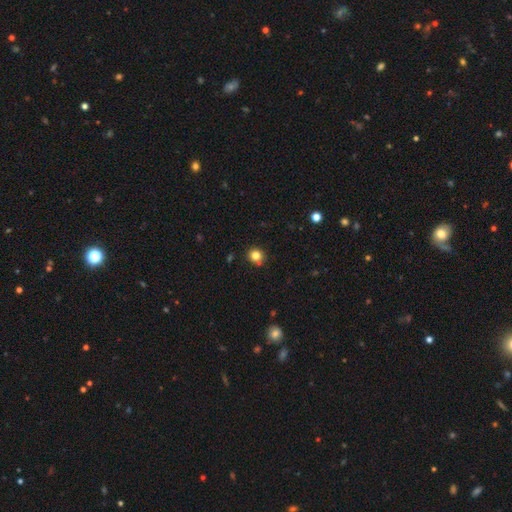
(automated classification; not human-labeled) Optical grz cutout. It shows a smooth galaxy with no disk features (81%) that is round (87%). Merging: none (85%).